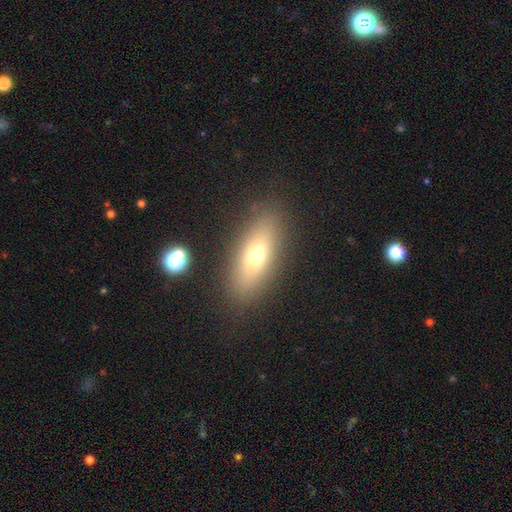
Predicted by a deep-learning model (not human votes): This appears to be a smooth galaxy with no disk features (63%) that is in between round and cigar-shaped (64%). Merging: none (85%).